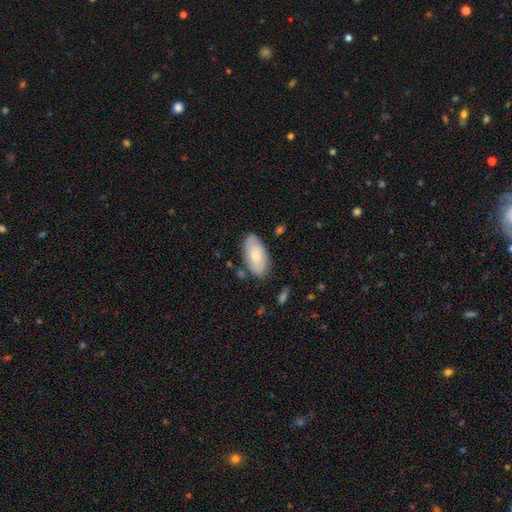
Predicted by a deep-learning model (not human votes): A smooth galaxy with no disk features (65%) that is in between round and cigar-shaped (93%). Merging: none (78%).